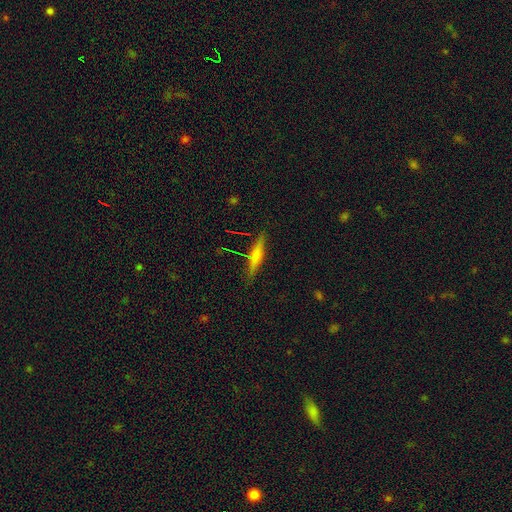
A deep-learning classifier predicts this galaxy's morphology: Smooth or featured? Predicted: smooth (p=0.59). How rounded? Predicted: cigar-shaped (p=0.79). Merging? Predicted: none (p=0.84).